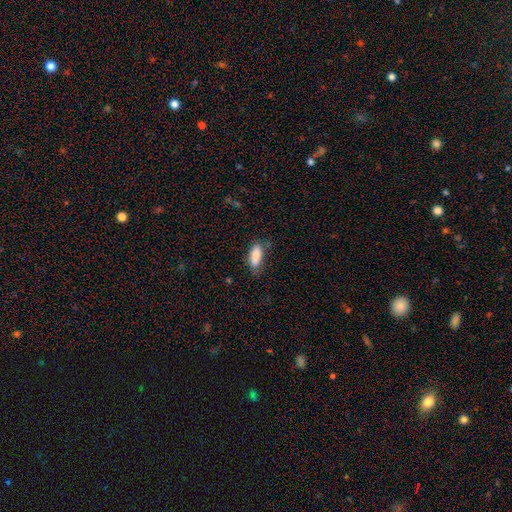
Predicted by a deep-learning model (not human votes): The model was most divided on "merging": none: 68%, minor disturbance: 24%, major disturbance: 6%, merger: 2%. More confident: smooth or featured — smooth (85%); how rounded — in between (73%).